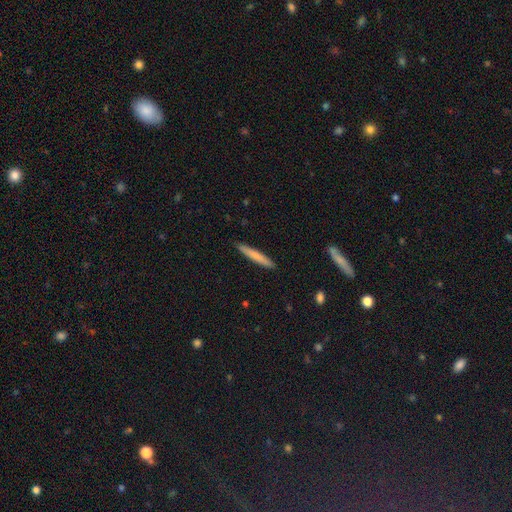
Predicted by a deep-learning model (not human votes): smooth 75%, featured or disk 20%, star or artifact 6%. Down the decision tree: how rounded — cigar-shaped (95%); merging — none (91%).